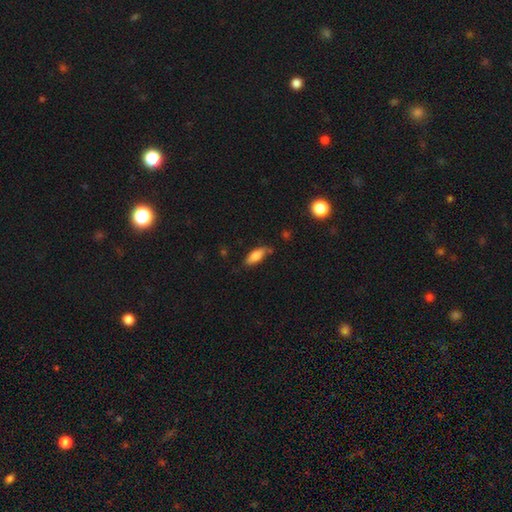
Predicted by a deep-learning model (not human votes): A smooth galaxy with no disk features (77%) that is in between round and cigar-shaped (70%).

Vote fractions:
- Smooth or featured? smooth: 77% / featured or disk: 17% / star or artifact: 7%
- How rounded? in between: 70% / cigar-shaped: 28% / round: 2%
- Merging? none: 69% / minor disturbance: 23% / major disturbance: 5% / merger: 3%